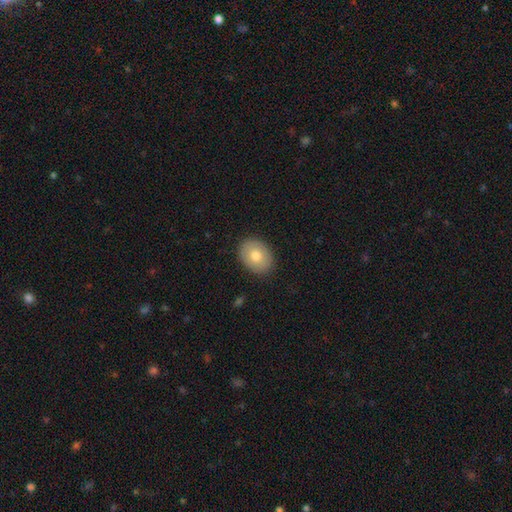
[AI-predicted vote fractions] Overall: smooth (74%). How rounded: in between (64%; round 35%). Merging: none (89%).